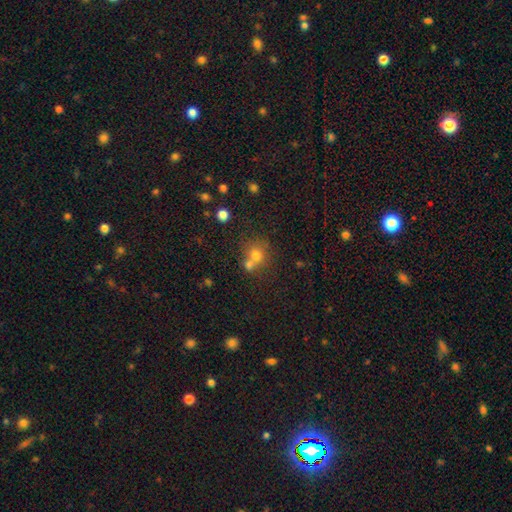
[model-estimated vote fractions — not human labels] Smooth or featured: smooth — 69% (star or artifact — 16%)
How rounded: round — 79% (in between — 20%)
Merging: merger — 47% (none — 42%)